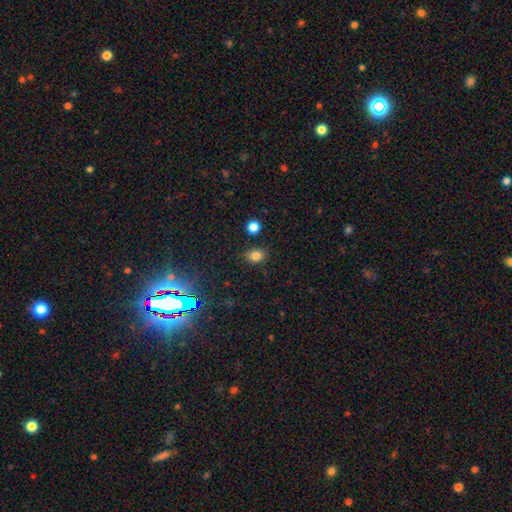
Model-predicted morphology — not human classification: A smooth galaxy with no disk features (80%) that is in between round and cigar-shaped (55%).

Vote fractions:
- Smooth or featured? smooth: 80% / star or artifact: 15% / featured or disk: 6%
- How rounded? in between: 55% / round: 44% / cigar-shaped: 1%
- Merging? none: 79% / minor disturbance: 14% / merger: 4% / major disturbance: 3%